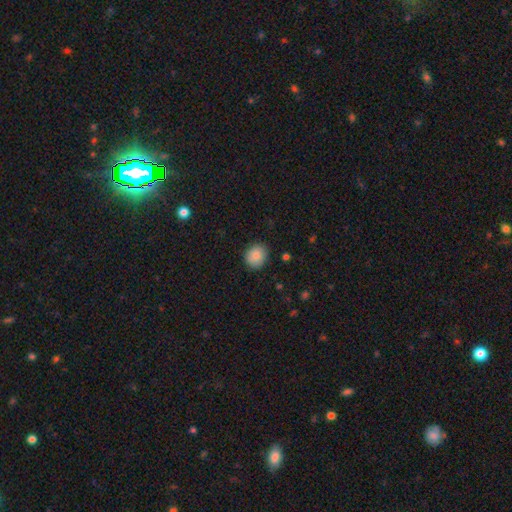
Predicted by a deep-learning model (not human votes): This is clearly a smooth galaxy (87%). How rounded: likely round (72%). Merging: clearly none (84%).